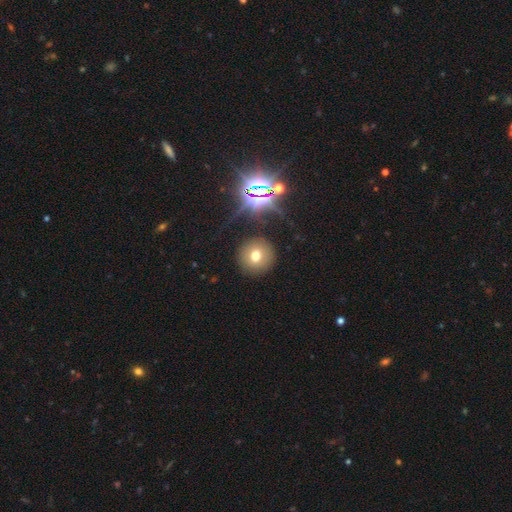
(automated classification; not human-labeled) Smooth or featured? Predicted: smooth (p=0.67). How rounded? Predicted: round (p=0.94). Merging? Predicted: none (p=0.88).